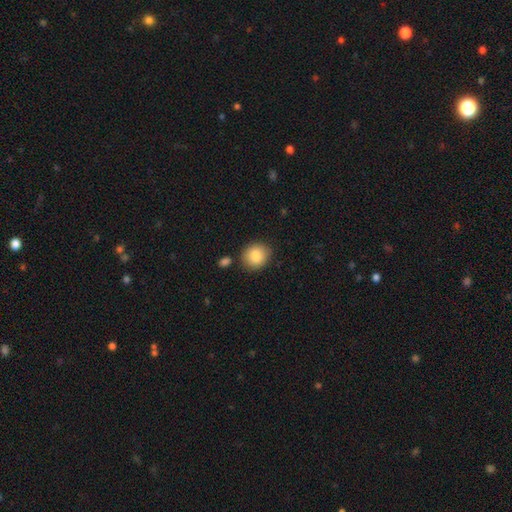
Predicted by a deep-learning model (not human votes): This appears to be a smooth galaxy with no disk features (85%) that is round (80%). Merging: none (81%).